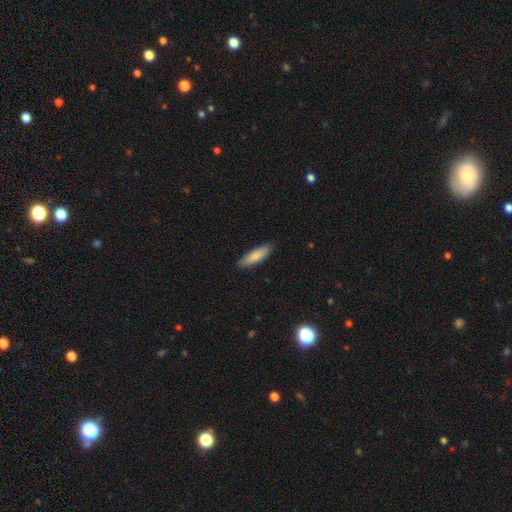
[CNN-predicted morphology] Smooth or featured? smooth (82%)
How rounded? cigar-shaped (61%)
Merging? none (88%)